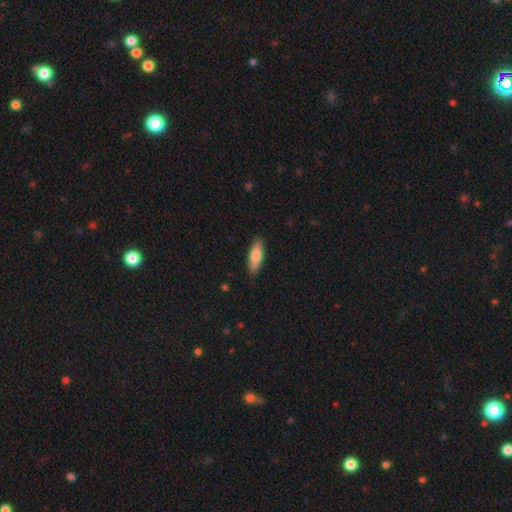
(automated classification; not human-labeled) Smooth or featured? Predicted: smooth (p=0.76). How rounded? Predicted: in between (p=0.50). Merging? Predicted: none (p=0.88).